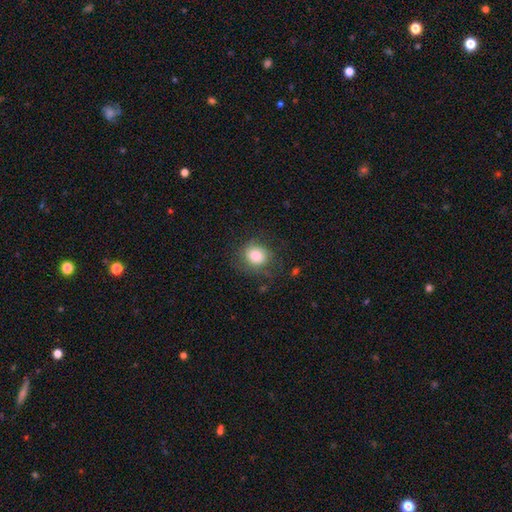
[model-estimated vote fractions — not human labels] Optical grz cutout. It shows a smooth galaxy with no disk features (79%) that is round (76%). Merging: none (70%).